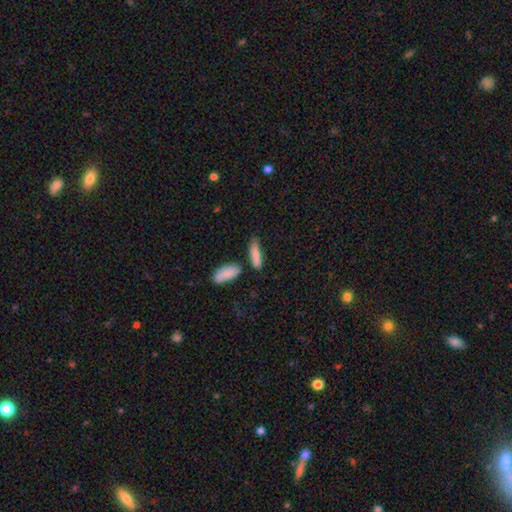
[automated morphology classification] Q: Smooth or featured?
A: smooth (83%); runner-up: featured or disk (11%)
Q: How rounded?
A: cigar-shaped (61%); runner-up: in between (36%)
Q: Merging?
A: none (62%); runner-up: minor disturbance (20%)